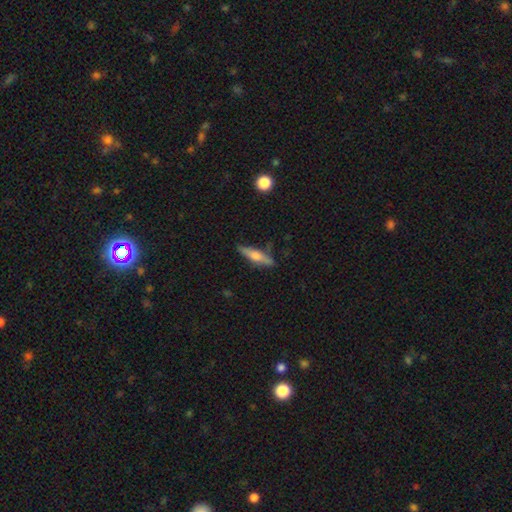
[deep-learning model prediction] This appears to be a smooth galaxy with no disk features (52%) that is cigar-shaped (76%). Merging: none (80%).